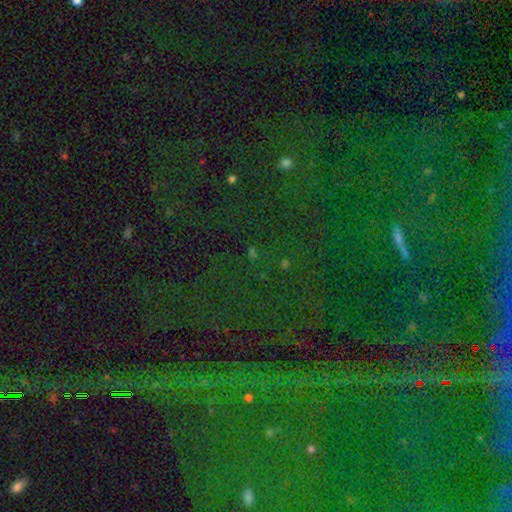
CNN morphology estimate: Smooth or featured? Predicted: star or artifact (p=0.80).